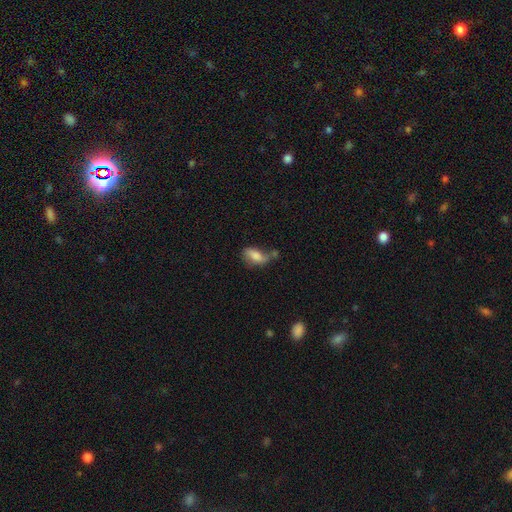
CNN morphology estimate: Smooth or featured? Predicted: smooth (p=0.72). How rounded? Predicted: in between (p=0.87). Merging? Predicted: none (p=0.38).